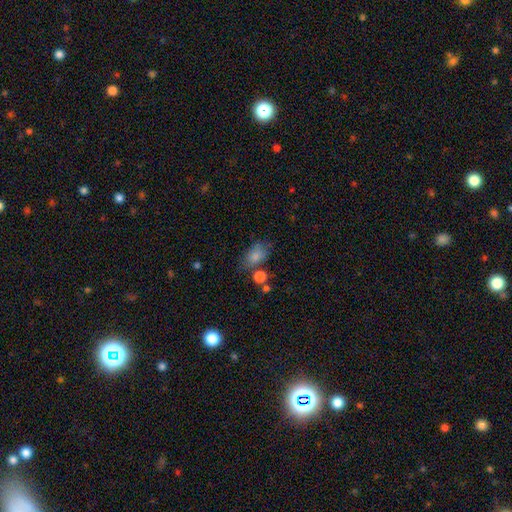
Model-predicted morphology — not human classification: Overall: smooth (81%). How rounded: in between (83%). Merging: none (55%; minor disturbance 23%).